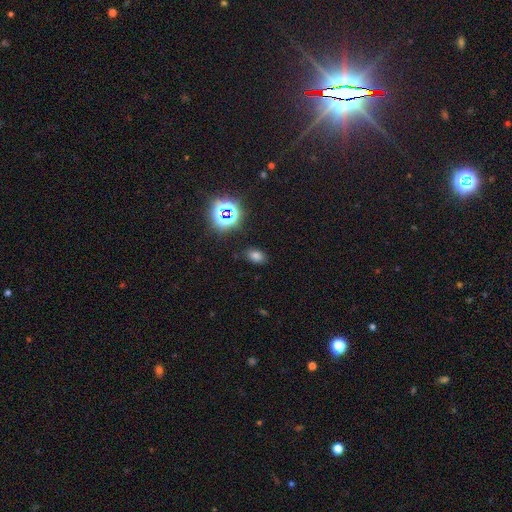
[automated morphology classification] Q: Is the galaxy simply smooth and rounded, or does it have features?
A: smooth — 67%.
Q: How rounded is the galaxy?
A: in between — 83%.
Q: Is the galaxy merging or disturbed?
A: none — 82%.